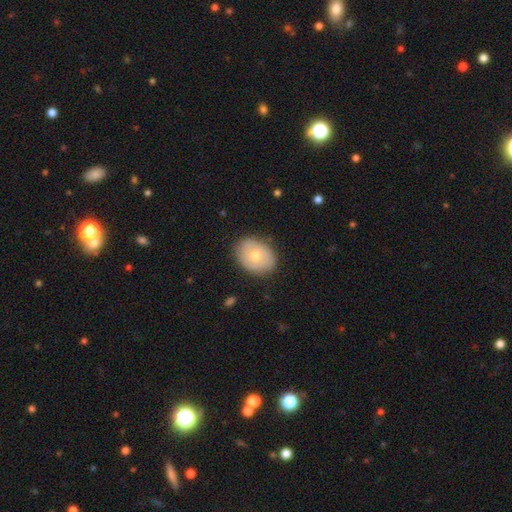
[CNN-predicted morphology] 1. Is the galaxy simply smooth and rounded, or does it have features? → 56% smooth, 38% featured or disk, 6% star or artifact.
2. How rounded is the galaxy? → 64% in between, 36% round, 1% cigar-shaped.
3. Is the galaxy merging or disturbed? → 81% none, 15% minor disturbance, 3% major disturbance, 1% merger.